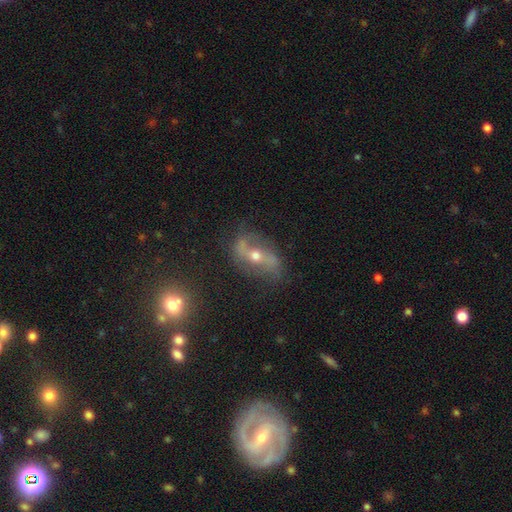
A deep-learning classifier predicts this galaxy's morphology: Smooth or featured? Predicted: featured or disk (p=0.78). Edge-on disk? Predicted: no (p=0.89). Bar? Predicted: strong (p=0.38). Spiral arms? Predicted: yes (p=0.85). Spiral winding? Predicted: loose (p=0.69). Spiral arm count? Predicted: 2 (p=0.90). Bulge size? Predicted: moderate (p=0.62). Merging? Predicted: none (p=0.70).